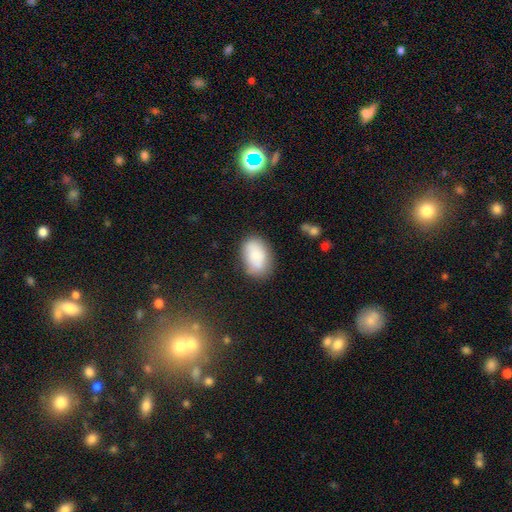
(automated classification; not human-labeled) A smooth galaxy with no disk features (77%) that is in between round and cigar-shaped (84%).

Vote fractions:
- Smooth or featured? smooth: 77% / featured or disk: 15% / star or artifact: 7%
- How rounded? in between: 84% / round: 15% / cigar-shaped: 1%
- Merging? none: 72% / minor disturbance: 20% / major disturbance: 5% / merger: 3%